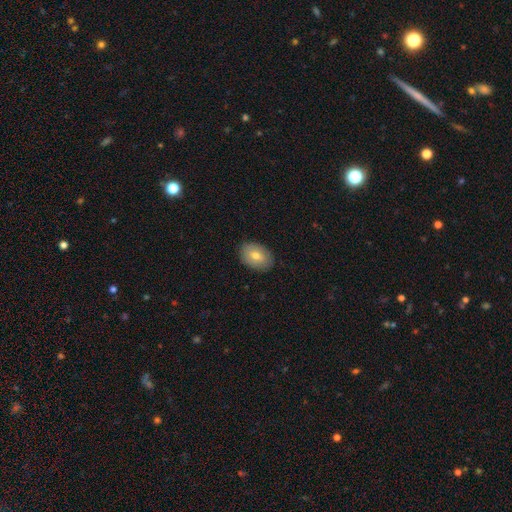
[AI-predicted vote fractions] Smooth or featured?
  - smooth: 72% *
  - featured or disk: 20%
  - star or artifact: 7%
How rounded?
  - in between: 82% *
  - round: 17%
  - cigar-shaped: 1%
Merging?
  - none: 86% *
  - minor disturbance: 11%
  - major disturbance: 2%
  - merger: 1%